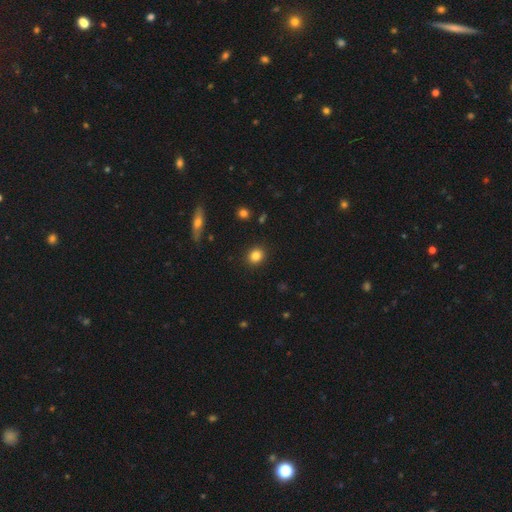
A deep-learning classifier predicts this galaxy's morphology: A smooth galaxy with no disk features (84%) that is round (79%).

Vote fractions:
- Smooth or featured? smooth: 84% / star or artifact: 10% / featured or disk: 6%
- How rounded? round: 79% / in between: 20% / cigar-shaped: 1%
- Merging? none: 91% / minor disturbance: 6% / major disturbance: 2% / merger: 1%